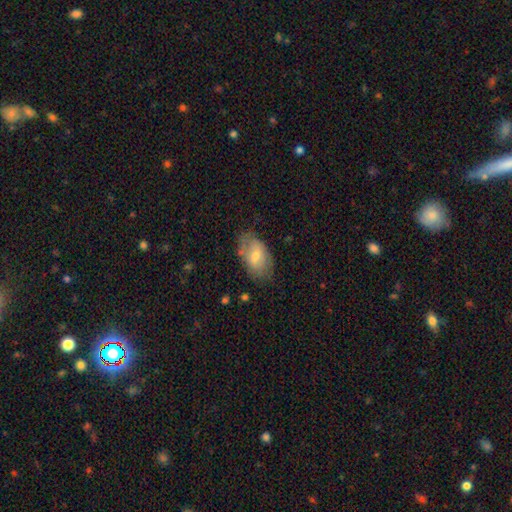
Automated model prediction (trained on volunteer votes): This appears to be a smooth galaxy with no disk features (59%) that is in between round and cigar-shaped (91%). Merging: none (63%).